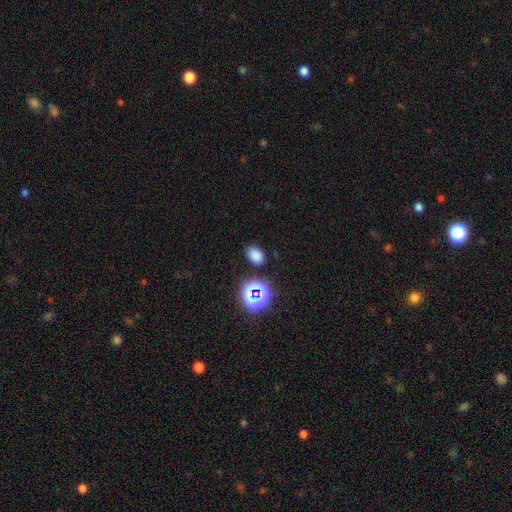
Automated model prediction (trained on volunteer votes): Smooth or featured?
  - smooth: 76% *
  - star or artifact: 18%
  - featured or disk: 5%
How rounded?
  - in between: 78% *
  - round: 21%
  - cigar-shaped: 1%
Merging?
  - none: 83% *
  - minor disturbance: 11%
  - major disturbance: 3%
  - merger: 3%